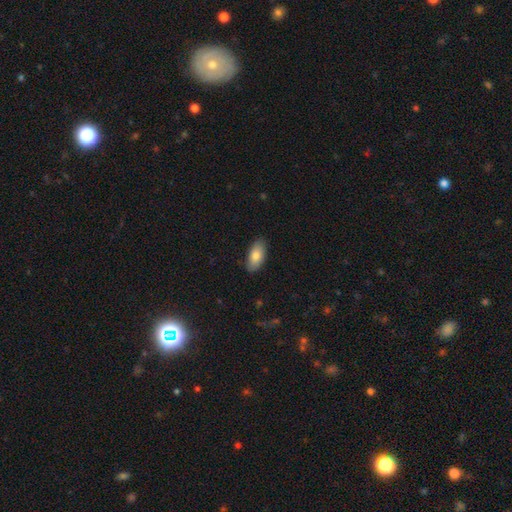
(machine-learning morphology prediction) Smooth or featured?
  - smooth: 81% *
  - featured or disk: 13%
  - star or artifact: 6%
How rounded?
  - in between: 91% *
  - cigar-shaped: 7%
  - round: 2%
Merging?
  - none: 85% *
  - minor disturbance: 12%
  - major disturbance: 2%
  - merger: 1%